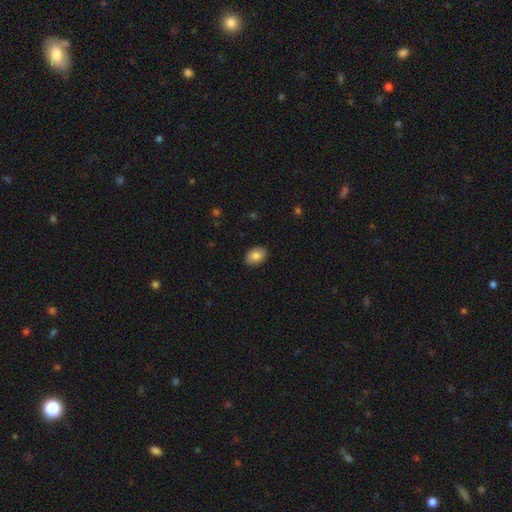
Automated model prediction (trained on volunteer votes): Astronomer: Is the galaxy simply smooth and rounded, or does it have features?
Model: smooth — 83%.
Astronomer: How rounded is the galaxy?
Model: in between — 71%.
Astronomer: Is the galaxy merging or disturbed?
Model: none — 88%.